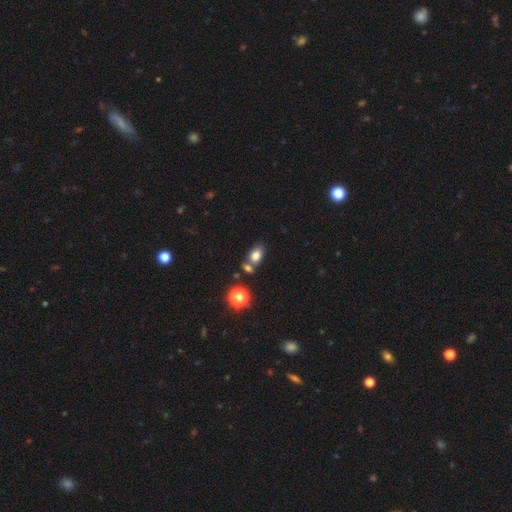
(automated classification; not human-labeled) The model was most divided on "merging": none: 54%, merger: 29%, minor disturbance: 13%, major disturbance: 4%. More confident: smooth or featured — smooth (78%); how rounded — in between (72%).